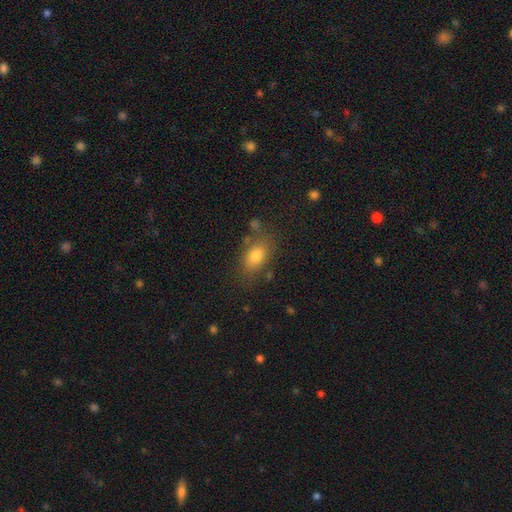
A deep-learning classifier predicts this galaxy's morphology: This appears to be a smooth galaxy with no disk features (79%) that is in between round and cigar-shaped (83%). Merging: none (72%).